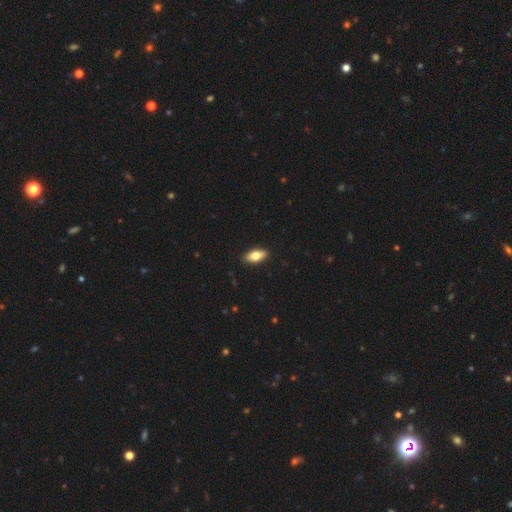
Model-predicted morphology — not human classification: A smooth galaxy with no disk features (76%) that is in between round and cigar-shaped (86%). Merging: none (90%).